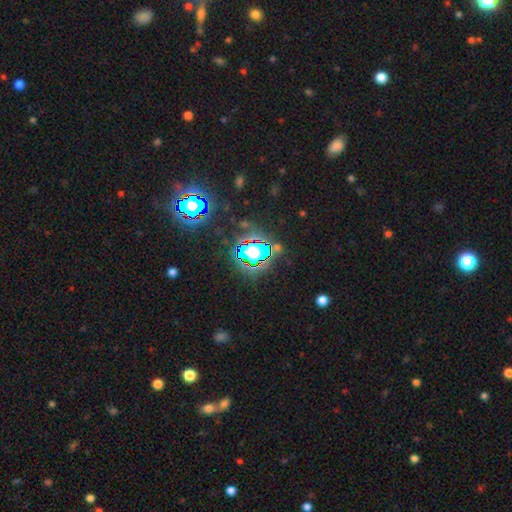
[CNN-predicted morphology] The model was most divided on "smooth or featured": star or artifact: 81%, smooth: 11%, featured or disk: 8%.